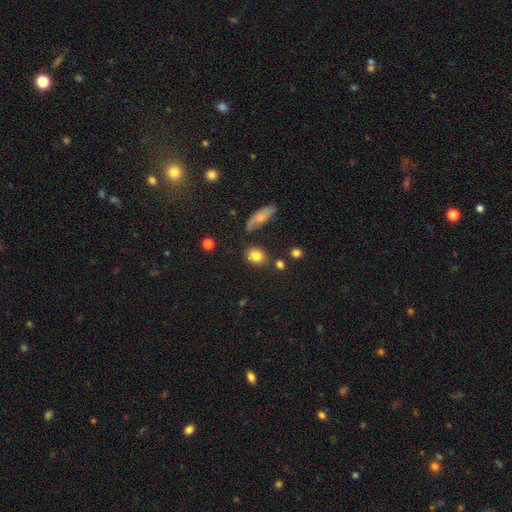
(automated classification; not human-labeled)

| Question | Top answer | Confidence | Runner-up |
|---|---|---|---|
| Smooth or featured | smooth | 83% | star or artifact (10%) |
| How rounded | in between | 50% | round (48%) |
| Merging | none | 74% | minor disturbance (14%) |